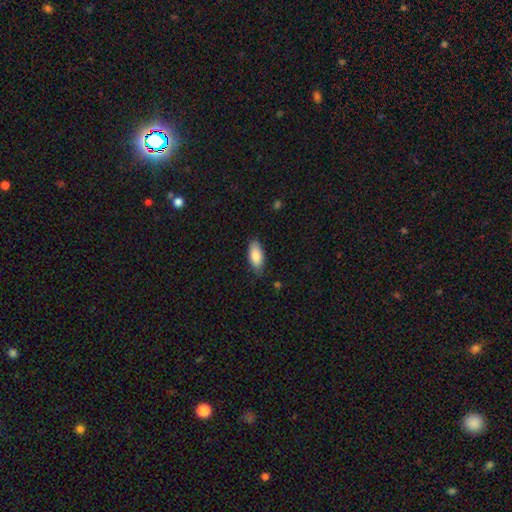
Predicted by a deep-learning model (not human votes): A smooth galaxy with no disk features (85%) that is in between round and cigar-shaped (86%).

Vote fractions:
- Smooth or featured? smooth: 85% / featured or disk: 9% / star or artifact: 6%
- How rounded? in between: 86% / cigar-shaped: 12% / round: 2%
- Merging? none: 79% / minor disturbance: 17% / major disturbance: 3% / merger: 1%